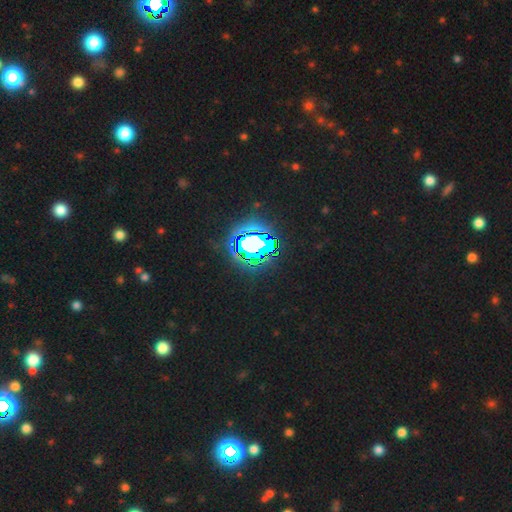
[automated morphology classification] Smooth or featured?
  - star or artifact: 71% *
  - smooth: 16%
  - featured or disk: 13%